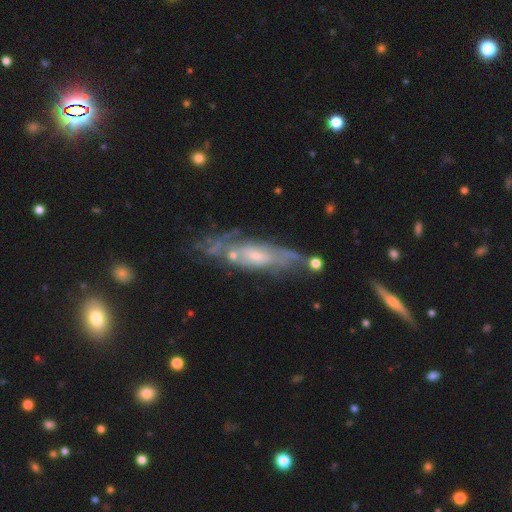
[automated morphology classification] This appears to be a featured or disk galaxy (75%) with no bar (60%), spiral arms (71%) and a small central bulge (60%). Merging: none (54%).